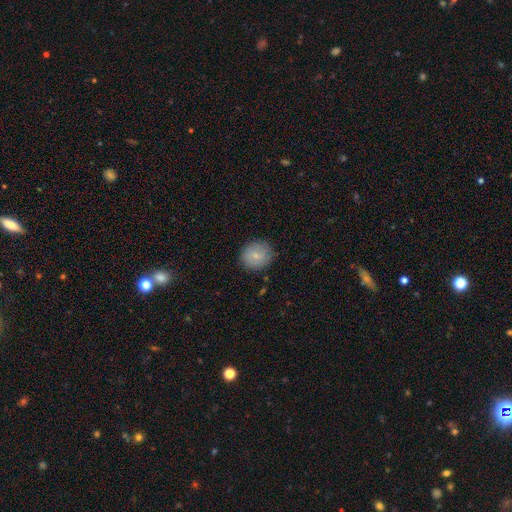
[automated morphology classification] The model was most divided on "how rounded": round: 82%, in between: 17%, cigar-shaped: 1%. More confident: merging — none (83%); smooth or featured — smooth (81%).